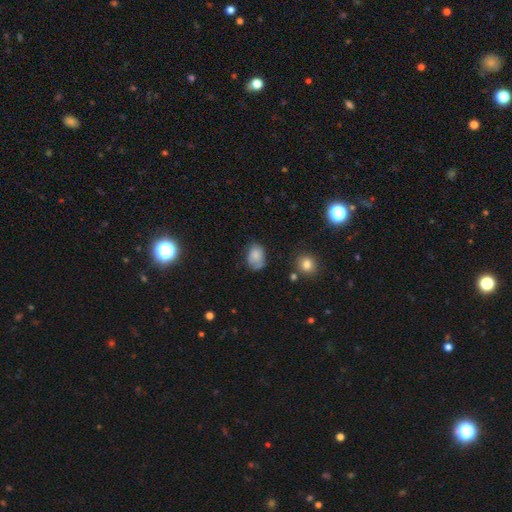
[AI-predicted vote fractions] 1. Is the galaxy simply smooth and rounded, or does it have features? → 77% smooth, 13% featured or disk, 10% star or artifact.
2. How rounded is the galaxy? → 72% in between, 27% round, 1% cigar-shaped.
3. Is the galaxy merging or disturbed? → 55% none, 32% minor disturbance, 10% major disturbance, 4% merger.